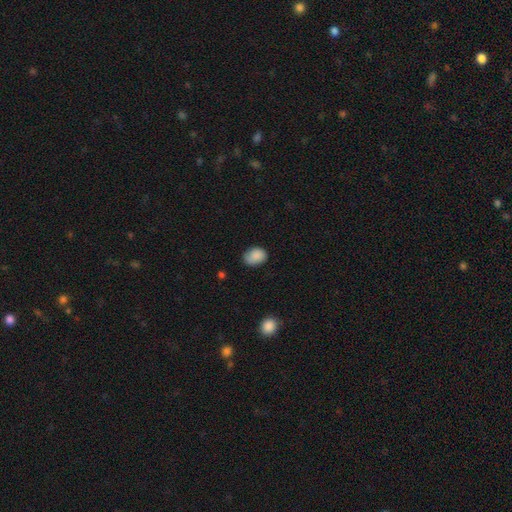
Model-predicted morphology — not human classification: A smooth galaxy with no disk features (87%) that is in between round and cigar-shaped (69%). Merging: none (70%).